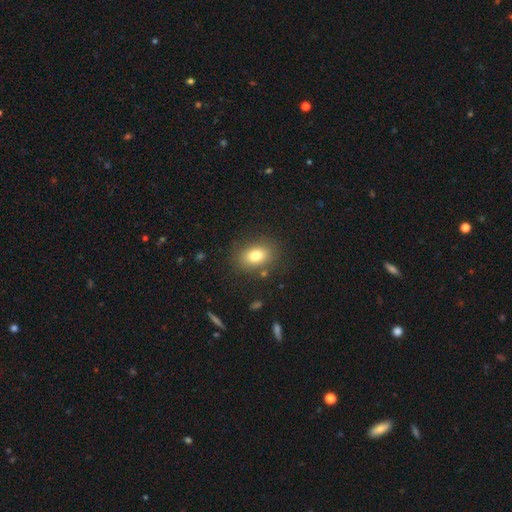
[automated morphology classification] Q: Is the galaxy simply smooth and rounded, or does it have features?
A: smooth — 79%.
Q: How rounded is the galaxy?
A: in between — 73%.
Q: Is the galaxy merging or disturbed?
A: none — 83%.